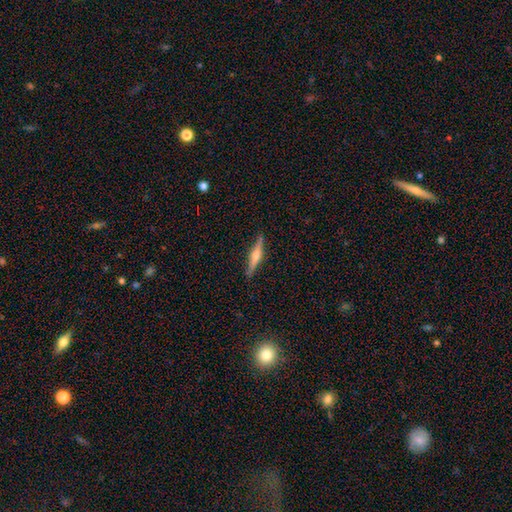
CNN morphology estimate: Overall: featured or disk (61%; smooth 33%). Edge-on disk: yes (97%). Edge-on bulge: rounded (82%). Merging: none (89%).